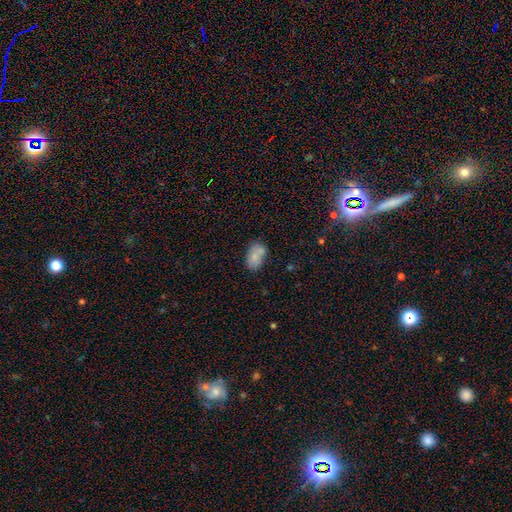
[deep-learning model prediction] A smooth galaxy with no disk features (74%) that is in between round and cigar-shaped (87%). Merging: none (50%).